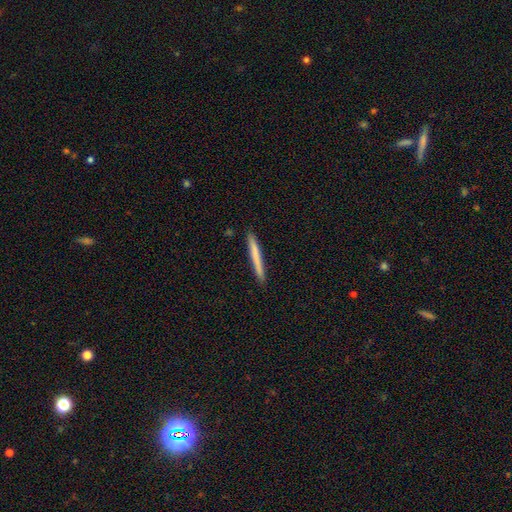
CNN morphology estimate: Overall: smooth (67%). How rounded: cigar-shaped (97%). Merging: none (91%).